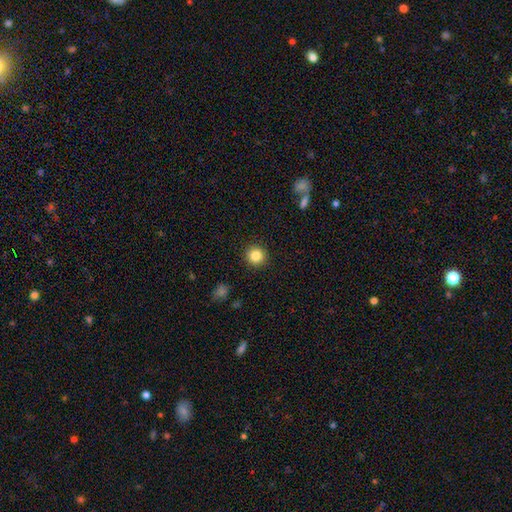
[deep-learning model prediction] This appears to be a smooth galaxy with no disk features (85%) that is round (94%). Merging: none (92%).